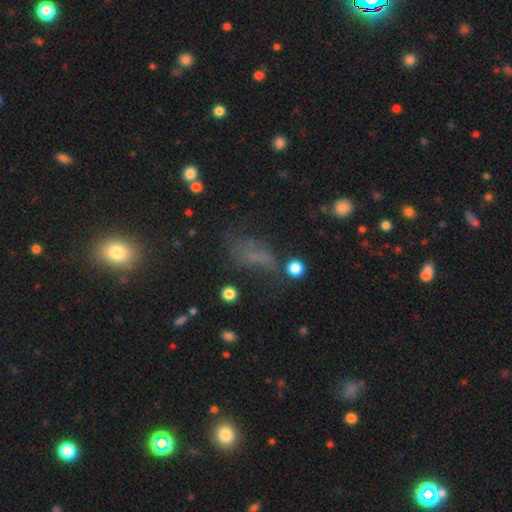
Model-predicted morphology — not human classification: This appears to be a smooth galaxy with no disk features (43%). Merging: none (43%).